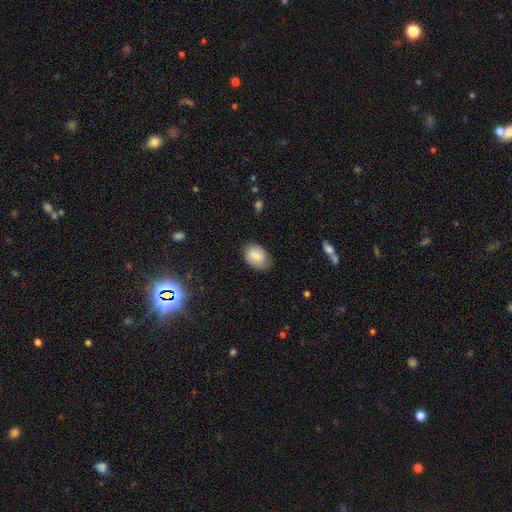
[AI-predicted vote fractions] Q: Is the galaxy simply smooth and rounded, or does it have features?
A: smooth — 80%.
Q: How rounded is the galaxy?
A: in between — 76%.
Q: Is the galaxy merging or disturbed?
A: none — 71%.